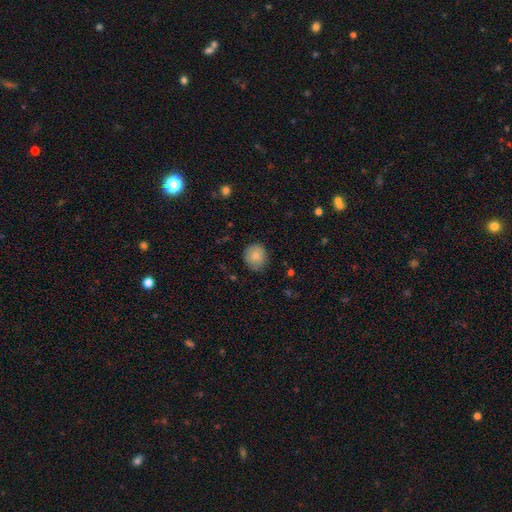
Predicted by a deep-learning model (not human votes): A smooth galaxy with no disk features (84%) that is round (82%). Merging: none (82%).